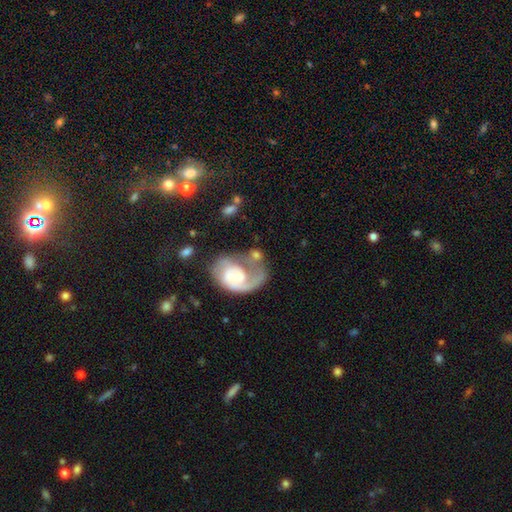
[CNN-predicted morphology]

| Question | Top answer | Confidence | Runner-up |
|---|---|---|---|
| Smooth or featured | featured or disk | 68% | smooth (26%) |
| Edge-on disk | no | 97% | yes (3%) |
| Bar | no | 65% | weak (29%) |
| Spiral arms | yes | 83% | no (17%) |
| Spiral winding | medium | 38% | tight (36%) |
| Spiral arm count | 1 | 60% | 2 (24%) |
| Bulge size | moderate | 43% | small (42%) |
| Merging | major disturbance | 33% | none (30%) |